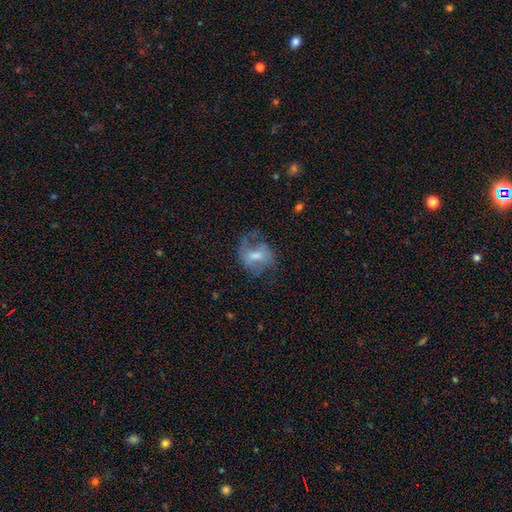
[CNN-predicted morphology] smooth-or-featured: featured or disk: 55% | smooth: 37% | star or artifact: 8%
  disk-edge-on: no: 96% | yes: 4%
    bar: weak: 48% | no: 34% | strong: 18%
    has-spiral-arms: yes: 71% | no: 29%
    bulge-size: moderate: 50% | small: 28% | large: 10% | none: 9% | dominant: 2%
  merging: none: 45% | major disturbance: 29% | minor disturbance: 24% | merger: 2%